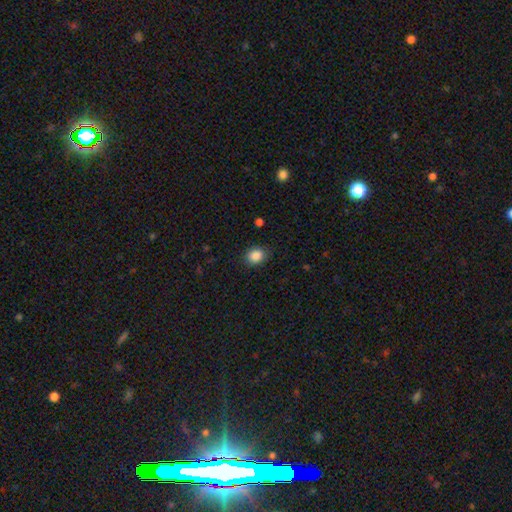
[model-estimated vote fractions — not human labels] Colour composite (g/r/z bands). It shows a smooth galaxy with no disk features (87%) that is round (52%). Merging: none (85%).